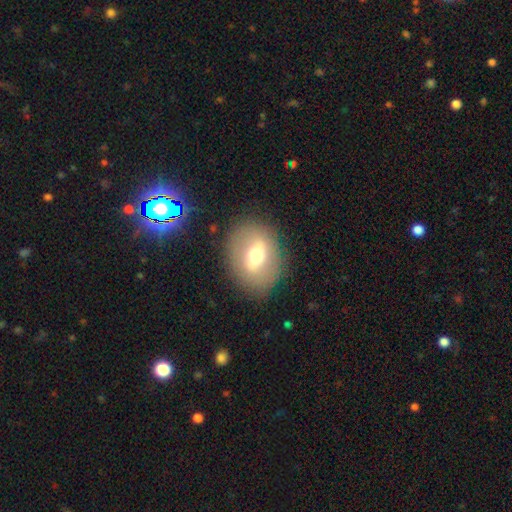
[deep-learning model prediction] Morphology: type=smooth (49%); merging=none (83%).